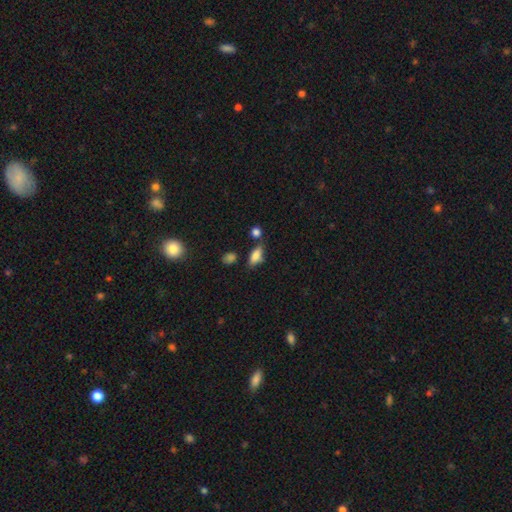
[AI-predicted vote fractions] Morphology: type=smooth (79%); roundness=in between (79%); merging=none (62%).